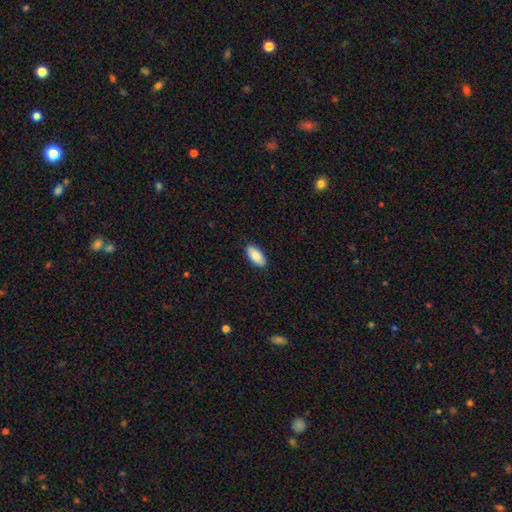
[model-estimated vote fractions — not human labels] Smooth or featured: smooth — 87% (featured or disk — 7%)
How rounded: in between — 90% (cigar-shaped — 7%)
Merging: none — 89% (minor disturbance — 8%)